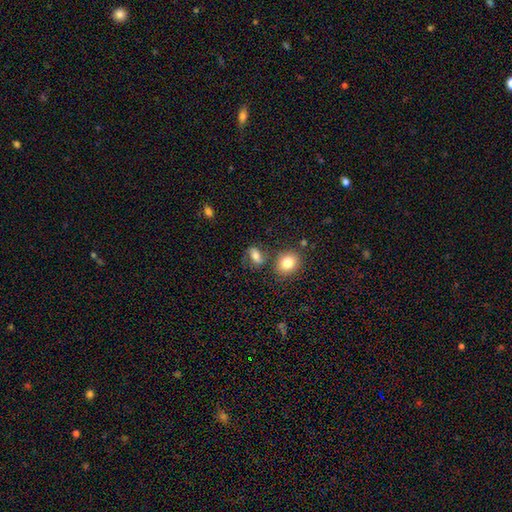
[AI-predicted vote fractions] This appears to be a smooth galaxy with no disk features (67%) that is in between round and cigar-shaped (74%). Merging: none (62%).